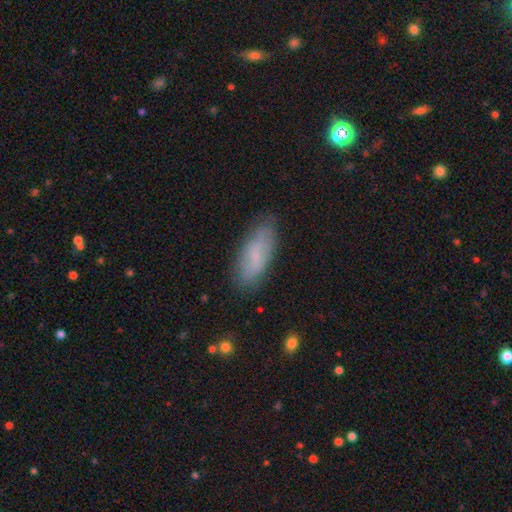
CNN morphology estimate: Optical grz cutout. It shows a smooth galaxy with no disk features (67%) that is in between round and cigar-shaped (73%). Merging: none (80%).